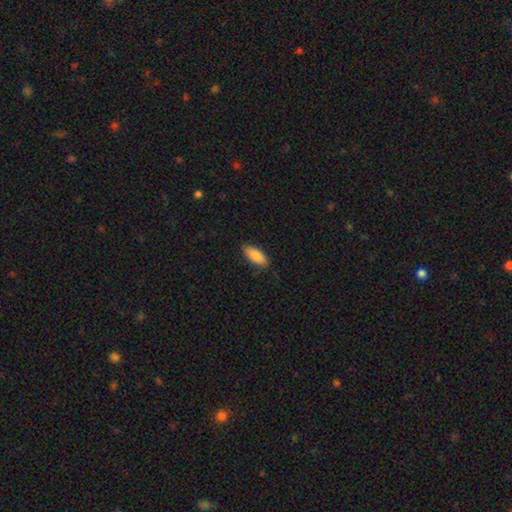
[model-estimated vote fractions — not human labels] Smooth or featured? smooth (88%)
How rounded? in between (82%)
Merging? none (85%)